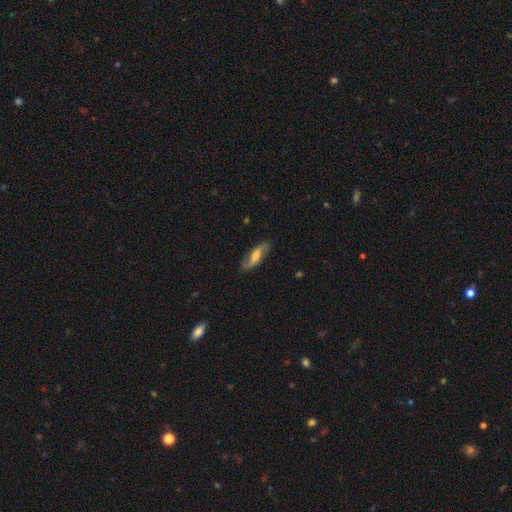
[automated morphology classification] smooth_or_featured: featured or disk (p=0.67) [alt: smooth p=0.27]
disk_edge_on: no (p=0.85) [alt: yes p=0.15]
bar: weak (p=0.43) [alt: no p=0.35]
has_spiral_arms: yes (p=0.91) [alt: no p=0.09]
spiral_winding: loose (p=0.65) [alt: medium p=0.26]
spiral_arm_count: 2 (p=0.91) [alt: can't tell p=0.04]
bulge_size: moderate (p=0.50) [alt: small p=0.27]
merging: none (p=0.82) [alt: minor disturbance p=0.13]